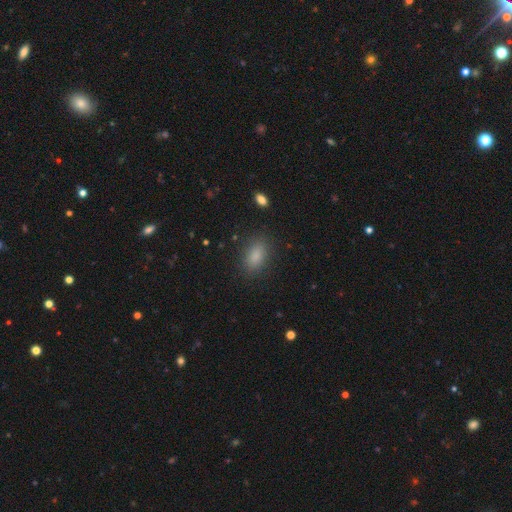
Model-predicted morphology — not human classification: smooth-or-featured: smooth: 85% | star or artifact: 10% | featured or disk: 6%
  how-rounded: in between: 87% | round: 7% | cigar-shaped: 7%
  merging: none: 86% | minor disturbance: 10% | major disturbance: 3% | merger: 1%